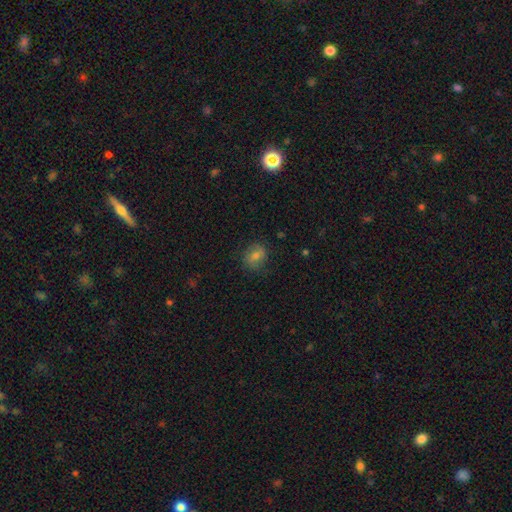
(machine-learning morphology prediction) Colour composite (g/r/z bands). It shows a smooth galaxy with no disk features (73%) that is round (58%). Merging: none (74%).